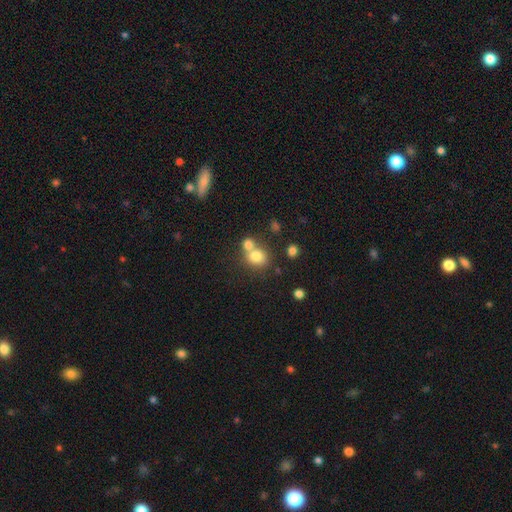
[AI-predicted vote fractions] Smooth or featured? Predicted: smooth (p=0.78). How rounded? Predicted: round (p=0.68). Merging? Predicted: merger (p=0.44).